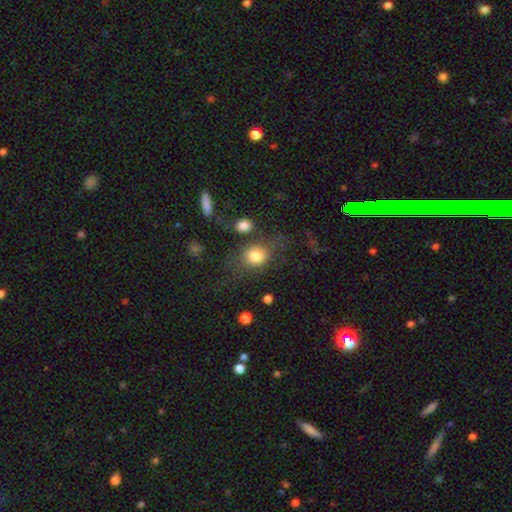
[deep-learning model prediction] smooth-or-featured: smooth: 79% | featured or disk: 11% | star or artifact: 10%
  how-rounded: round: 59% | in between: 39% | cigar-shaped: 2%
  merging: none: 58% | minor disturbance: 19% | major disturbance: 14% | merger: 9%